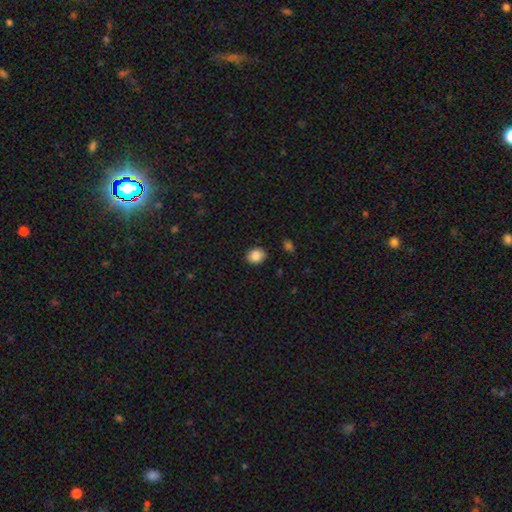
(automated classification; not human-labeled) The model was most divided on "how rounded": round: 60%, in between: 39%, cigar-shaped: 1%. More confident: merging — none (89%); smooth or featured — smooth (86%).